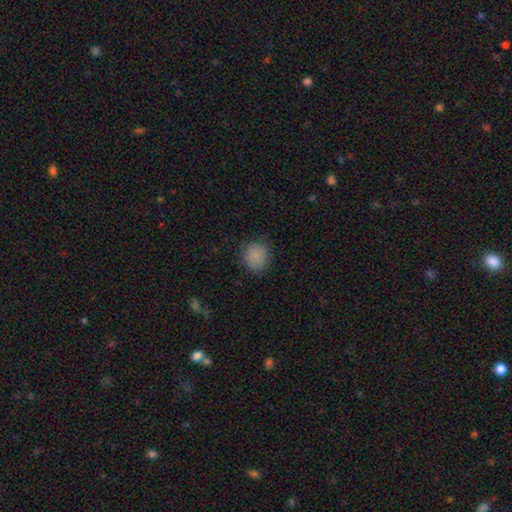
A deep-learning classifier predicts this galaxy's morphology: Overall: smooth (85%). How rounded: round (86%). Merging: none (82%).